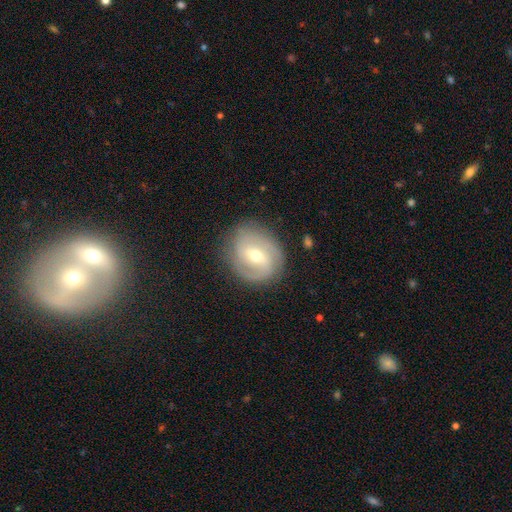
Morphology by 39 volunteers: featured or disk 92%, smooth 8%, star or artifact 0%. Down the decision tree: edge-on disk — no (92%); bar — weak (48%); spiral arms — yes (91%); spiral arm count — 2 (70%); spiral winding — medium (53%); bulge size — moderate (64%); merging — none (79%).